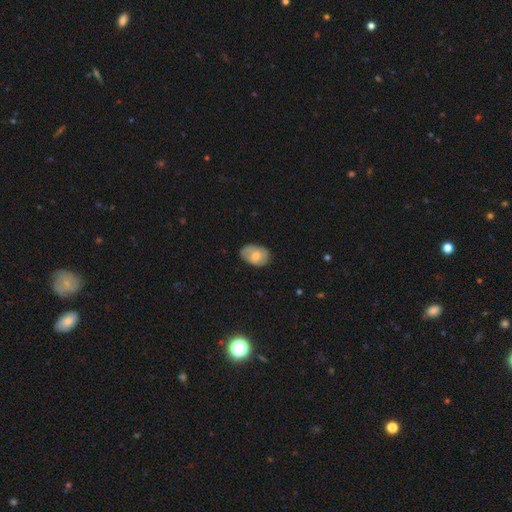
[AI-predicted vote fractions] smooth_or_featured: smooth (p=0.64) [alt: featured or disk p=0.30]
how_rounded: in between (p=0.79) [alt: round p=0.20]
merging: none (p=0.68) [alt: minor disturbance p=0.25]